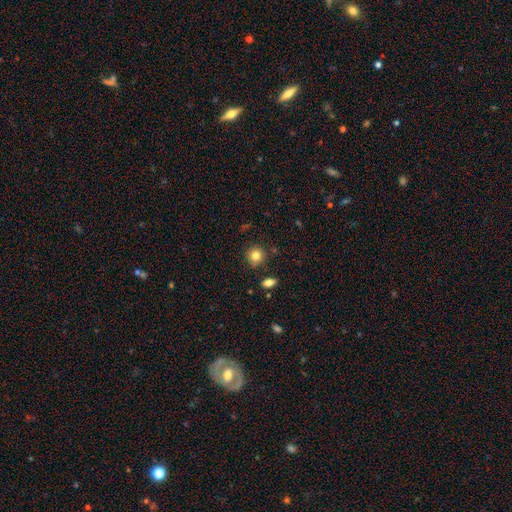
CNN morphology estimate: A smooth galaxy with no disk features (82%) that is round (89%). Merging: none (83%).